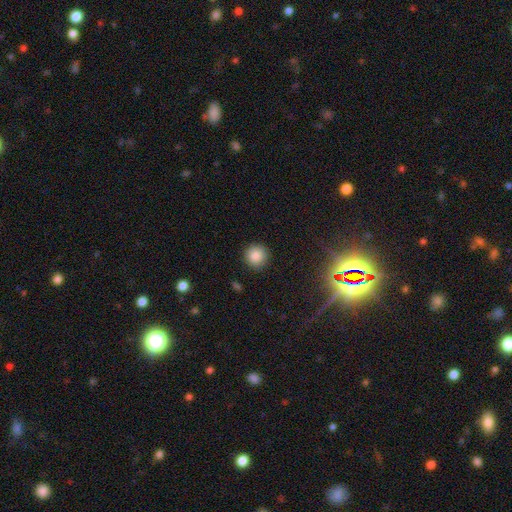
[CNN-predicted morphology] This appears to be a smooth galaxy with no disk features (85%) that is round (94%). Merging: none (91%).